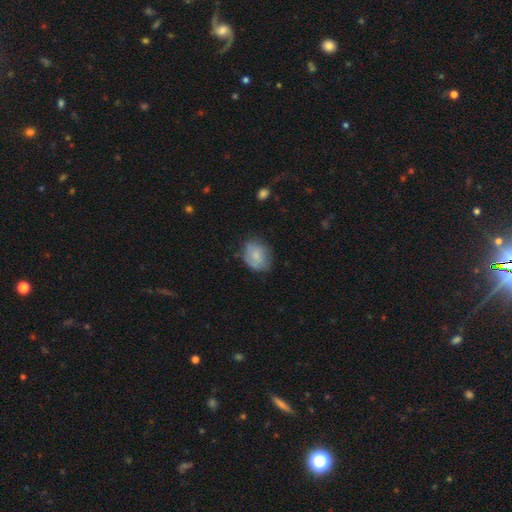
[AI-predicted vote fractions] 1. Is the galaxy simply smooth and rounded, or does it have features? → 76% smooth, 17% featured or disk, 7% star or artifact.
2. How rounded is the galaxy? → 59% in between, 40% round, 1% cigar-shaped.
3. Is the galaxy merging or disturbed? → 63% none, 28% minor disturbance, 7% major disturbance, 2% merger.